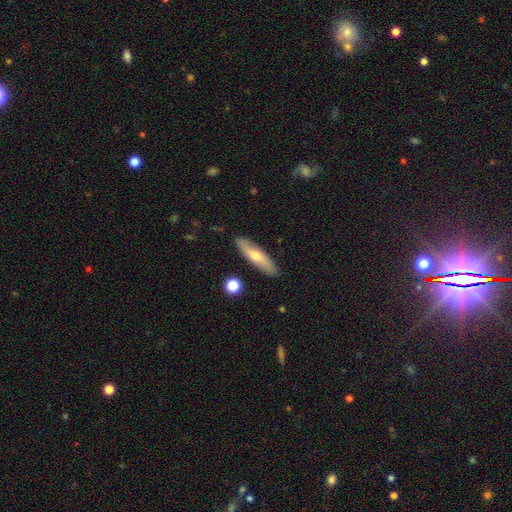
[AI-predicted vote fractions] Smooth or featured? Predicted: smooth (p=0.50). How rounded? Predicted: cigar-shaped (p=0.72). Merging? Predicted: none (p=0.88).